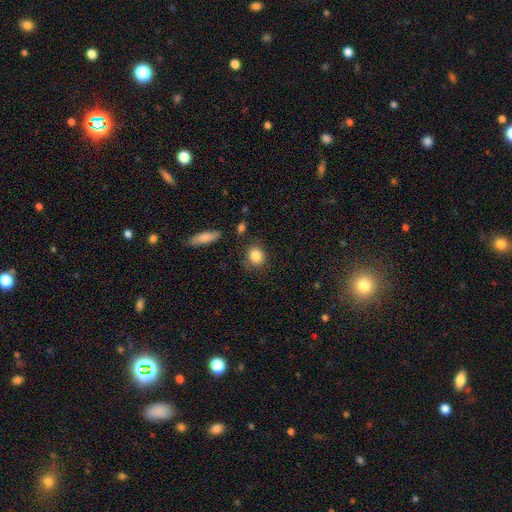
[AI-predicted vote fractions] Smooth or featured? Predicted: smooth (p=0.86). How rounded? Predicted: round (p=0.69). Merging? Predicted: none (p=0.79).